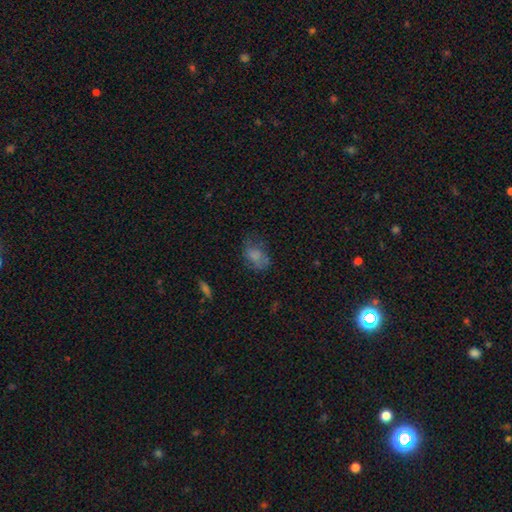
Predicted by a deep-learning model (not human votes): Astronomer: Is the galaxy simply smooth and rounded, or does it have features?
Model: smooth — 67%.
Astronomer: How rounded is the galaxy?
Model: in between — 78%.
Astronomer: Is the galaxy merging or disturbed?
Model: none — 47% (runner-up: minor disturbance, 29%).